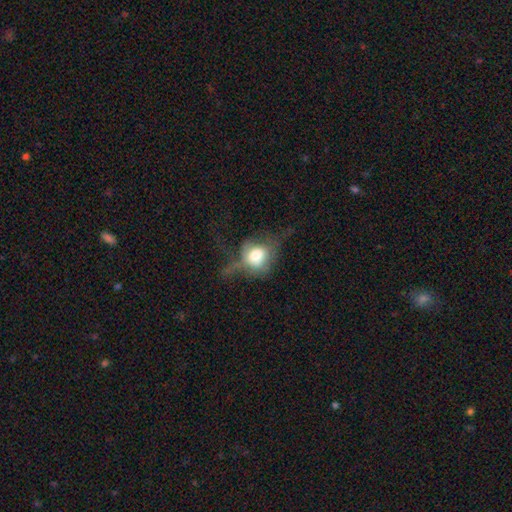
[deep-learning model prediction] Smooth or featured?
  - smooth: 56% *
  - featured or disk: 34%
  - star or artifact: 10%
How rounded?
  - round: 56% *
  - in between: 41%
  - cigar-shaped: 2%
Merging?
  - major disturbance: 46% *
  - none: 28%
  - minor disturbance: 22%
  - merger: 4%